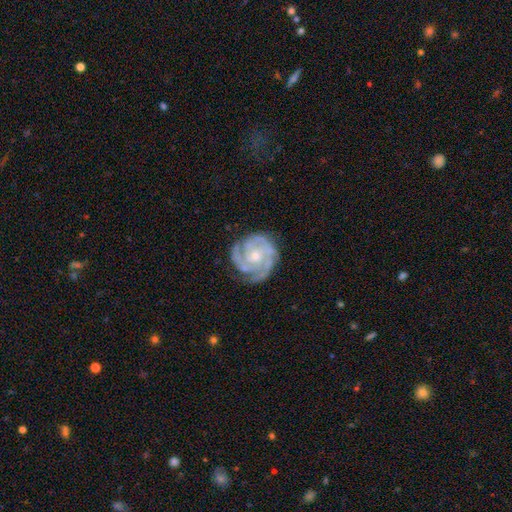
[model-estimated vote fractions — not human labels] Smooth or featured? Predicted: featured or disk (p=0.87). Edge-on disk? Predicted: no (p=0.98). Bar? Predicted: no (p=0.75). Spiral arms? Predicted: yes (p=0.96). Spiral winding? Predicted: tight (p=0.68). Spiral arm count? Predicted: 3 (p=0.41). Bulge size? Predicted: small (p=0.50). Merging? Predicted: none (p=0.74).